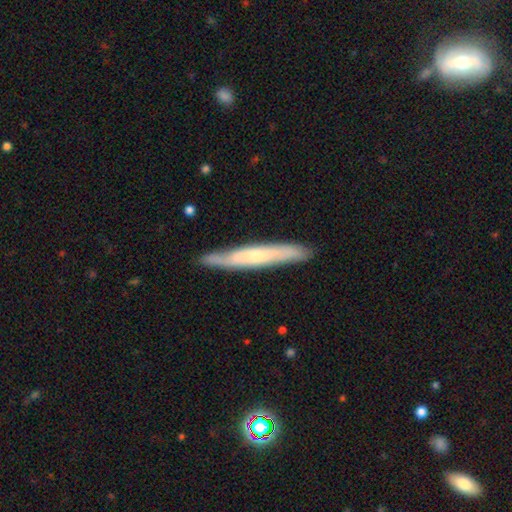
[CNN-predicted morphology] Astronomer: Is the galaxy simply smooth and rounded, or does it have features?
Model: featured or disk — 53% (runner-up: smooth, 42%).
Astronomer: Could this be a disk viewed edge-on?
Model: yes — 80%.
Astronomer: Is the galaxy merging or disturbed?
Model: none — 85%.